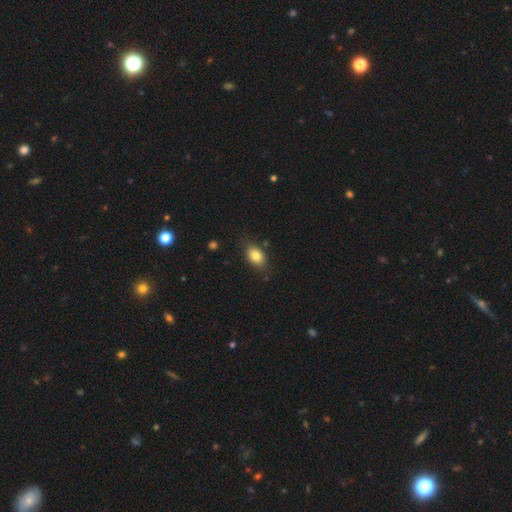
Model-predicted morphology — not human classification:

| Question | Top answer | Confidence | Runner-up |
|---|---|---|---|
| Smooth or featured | smooth | 82% | featured or disk (9%) |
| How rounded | in between | 83% | round (15%) |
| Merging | none | 79% | minor disturbance (16%) |